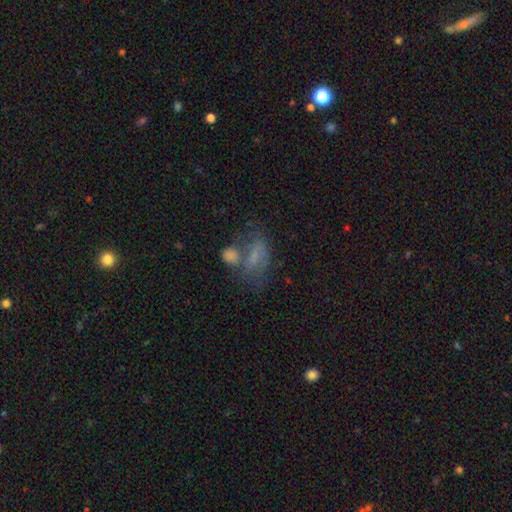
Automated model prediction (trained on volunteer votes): smooth 53%, featured or disk 29%, star or artifact 17%. Down the decision tree: how rounded — in between (83%); merging — merger (38%).